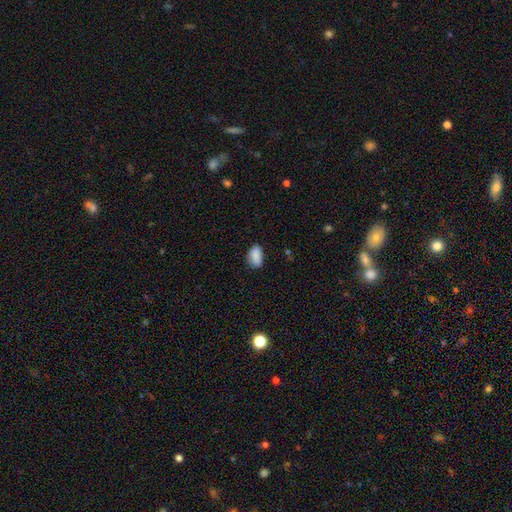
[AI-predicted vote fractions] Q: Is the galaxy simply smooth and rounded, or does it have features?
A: smooth — 87%.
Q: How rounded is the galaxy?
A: in between — 89%.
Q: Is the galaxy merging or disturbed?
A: none — 72%.